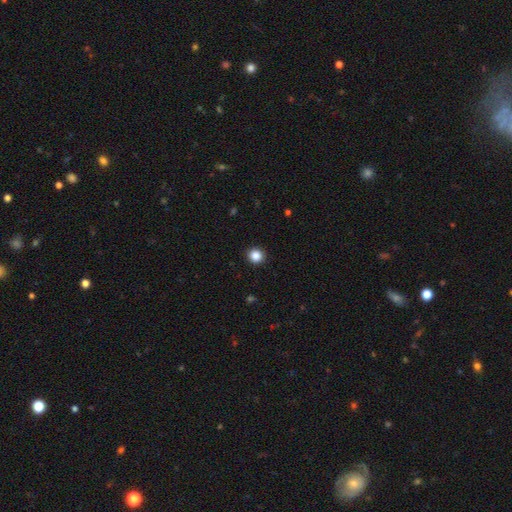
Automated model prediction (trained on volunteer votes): This is clearly a smooth galaxy (86%). How rounded: clearly round (93%). Merging: clearly none (93%).